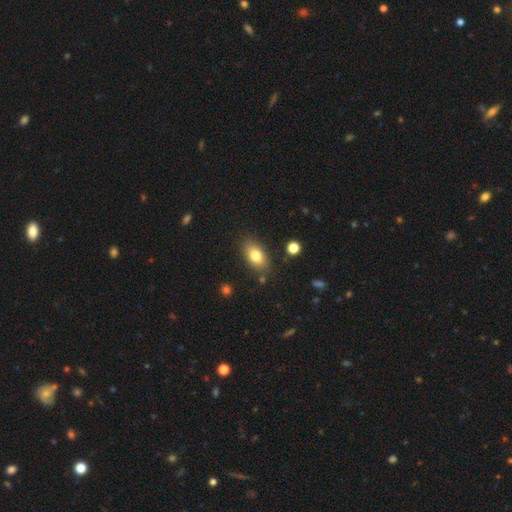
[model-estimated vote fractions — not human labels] This is likely a smooth galaxy (80%). How rounded: clearly in between (89%). Merging: clearly none (83%).